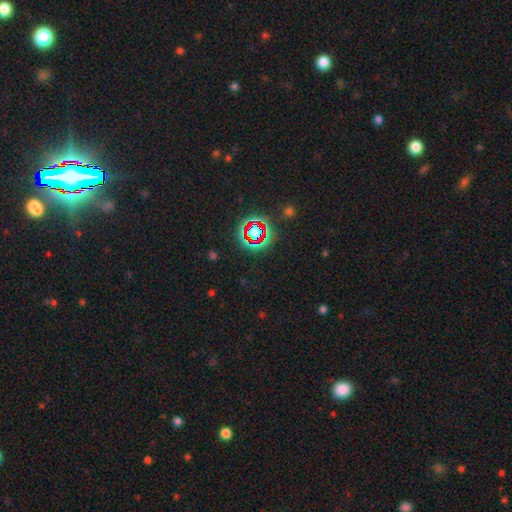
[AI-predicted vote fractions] Morphology: type=star or artifact (69%).